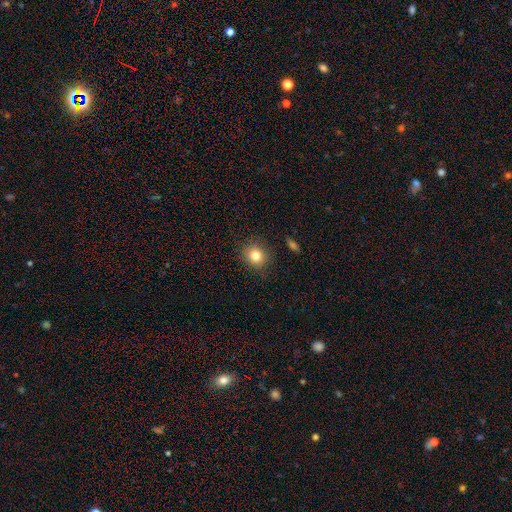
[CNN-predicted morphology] type=smooth (81%); roundness=round (80%); merging=none (87%).